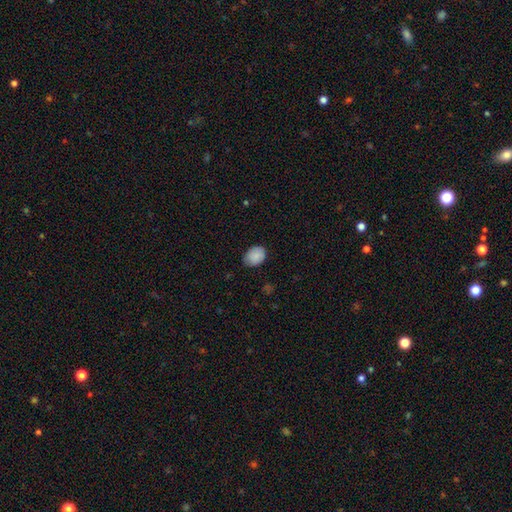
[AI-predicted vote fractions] Smooth or featured? Predicted: smooth (p=0.87). How rounded? Predicted: in between (p=0.57). Merging? Predicted: none (p=0.74).